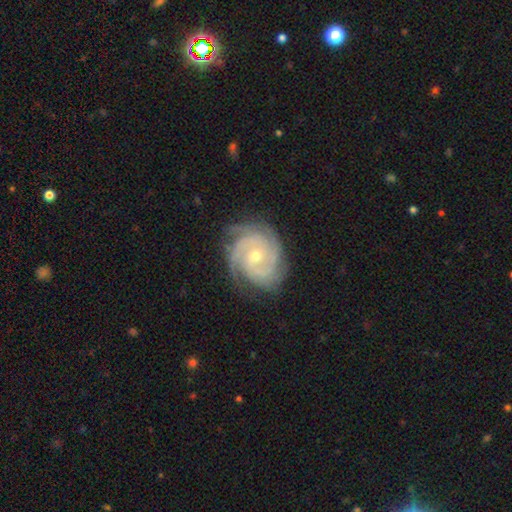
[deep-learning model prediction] Smooth or featured?
  - featured or disk: 90% *
  - smooth: 5%
  - star or artifact: 5%
Edge-on disk?
  - no: 98% *
  - yes: 2%
Bar?
  - no: 70% *
  - weak: 24%
  - strong: 6%
Spiral arms?
  - yes: 98% *
  - no: 2%
Spiral winding?
  - tight: 73% *
  - medium: 24%
  - loose: 3%
Spiral arm count?
  - 3: 43% *
  - 2: 16%
  - 4: 16%
  - can't tell: 15%
  - more than 4: 6%
  - 1: 6%
Bulge size?
  - small: 58% *
  - moderate: 39%
  - large: 1%
  - none: 1%
  - dominant: 1%
Merging?
  - none: 77% *
  - minor disturbance: 17%
  - major disturbance: 5%
  - merger: 1%